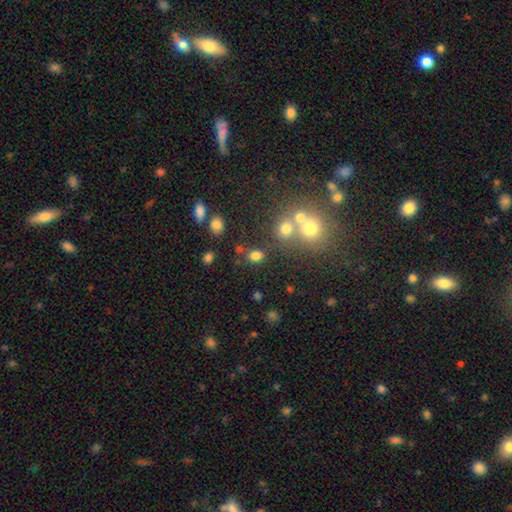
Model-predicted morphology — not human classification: A smooth galaxy with no disk features (76%) that is in between round and cigar-shaped (54%).

Vote fractions:
- Smooth or featured? smooth: 76% / star or artifact: 16% / featured or disk: 7%
- How rounded? in between: 54% / round: 44% / cigar-shaped: 2%
- Merging? none: 72% / merger: 13% / minor disturbance: 11% / major disturbance: 5%